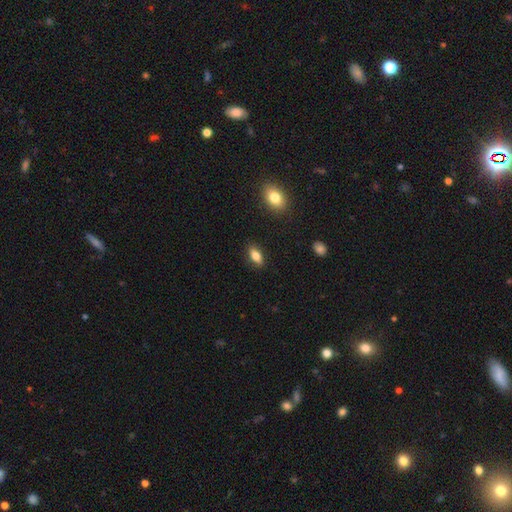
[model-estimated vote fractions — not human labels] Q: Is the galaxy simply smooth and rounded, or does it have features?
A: smooth — 74%.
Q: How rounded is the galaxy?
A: in between — 81%.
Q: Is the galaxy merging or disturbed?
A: none — 86%.